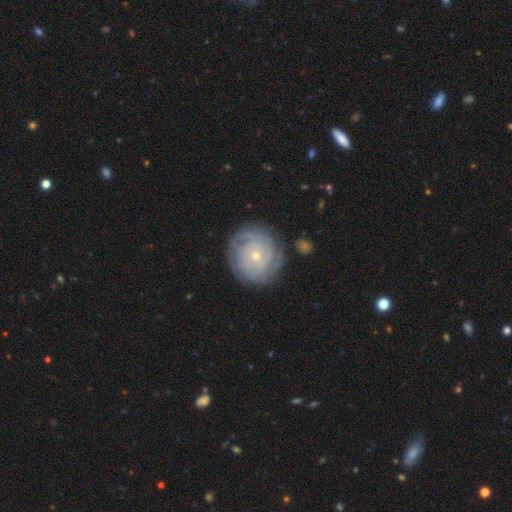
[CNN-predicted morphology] The model was most divided on "spiral arm count": can't tell: 40%, 3: 17%, 2: 15%, 4: 14%, more than 4: 7%, 1: 6%. More confident: edge-on disk — no (98%); spiral arms — yes (91%); bar — no (81%); merging — none (81%); spiral winding — tight (79%); smooth or featured — featured or disk (77%); bulge size — small (75%).